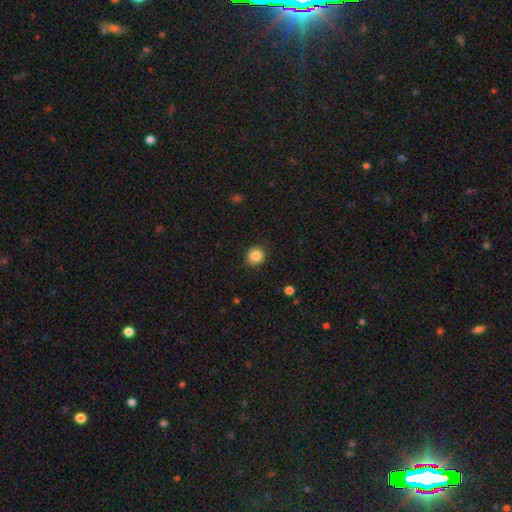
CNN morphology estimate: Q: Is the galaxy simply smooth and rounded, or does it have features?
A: smooth — 86%.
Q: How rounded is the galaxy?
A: round — 80%.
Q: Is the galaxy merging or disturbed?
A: none — 89%.